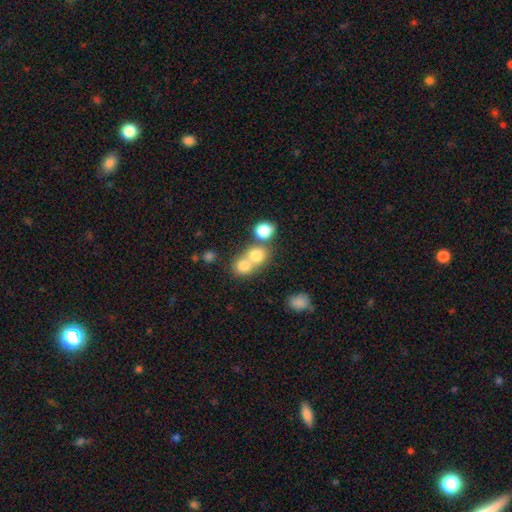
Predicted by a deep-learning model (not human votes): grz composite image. It shows a smooth galaxy with no disk features (76%) that is round (81%). Merging: merger (54%).